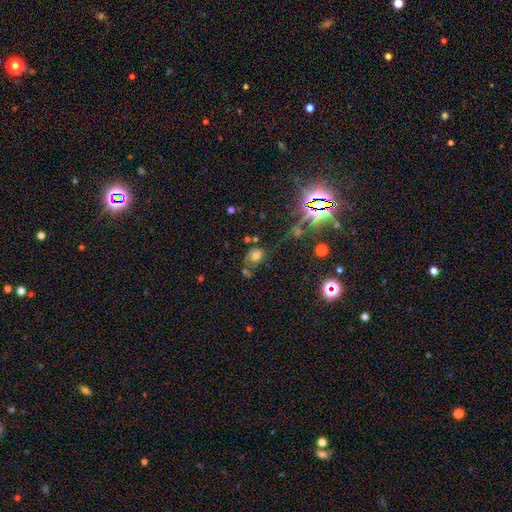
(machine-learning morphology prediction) Smooth or featured?
  - smooth: 61% *
  - star or artifact: 24%
  - featured or disk: 14%
How rounded?
  - in between: 62% *
  - round: 37%
  - cigar-shaped: 1%
Merging?
  - none: 54% *
  - minor disturbance: 22%
  - merger: 13%
  - major disturbance: 12%